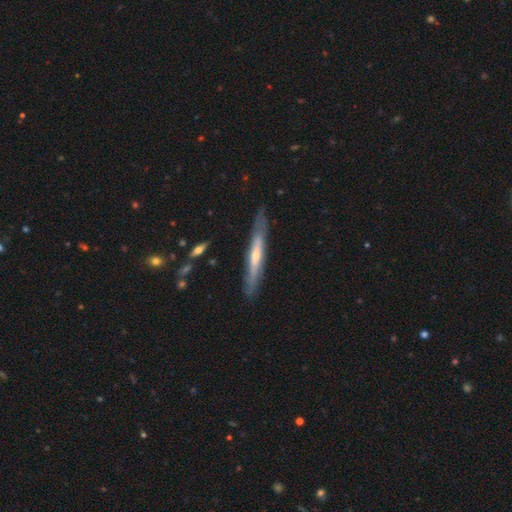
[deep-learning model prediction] Q: Smooth or featured?
A: featured or disk (60%); runner-up: smooth (35%)
Q: Edge-on disk?
A: yes (85%); runner-up: no (15%)
Q: Edge-on bulge?
A: rounded (55%); runner-up: none (38%)
Q: Merging?
A: none (82%); runner-up: minor disturbance (13%)